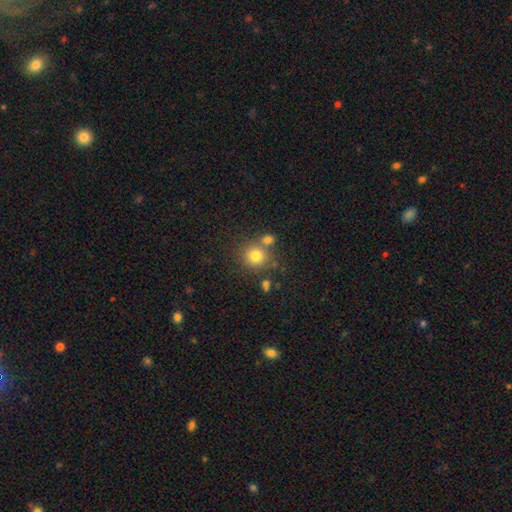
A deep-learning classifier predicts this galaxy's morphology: Smooth or featured: smooth — 79% (star or artifact — 12%)
How rounded: round — 87% (in between — 12%)
Merging: none — 64% (merger — 22%)